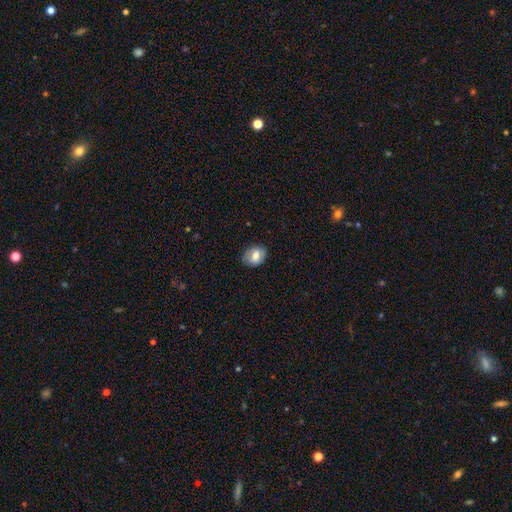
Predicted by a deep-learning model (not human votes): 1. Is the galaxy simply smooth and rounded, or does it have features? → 70% smooth, 22% featured or disk, 8% star or artifact.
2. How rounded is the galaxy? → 51% in between, 48% round, 1% cigar-shaped.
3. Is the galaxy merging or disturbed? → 83% none, 13% minor disturbance, 3% major disturbance, 1% merger.